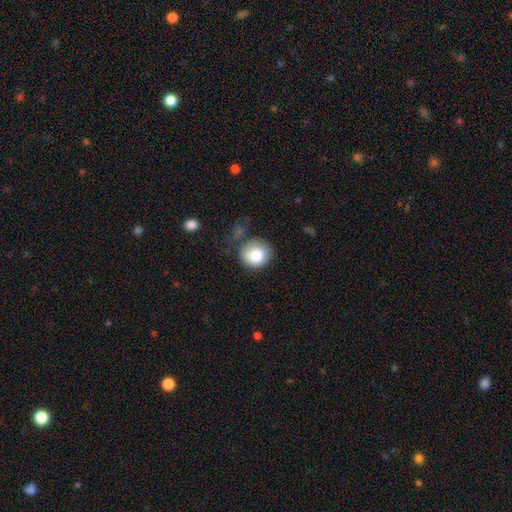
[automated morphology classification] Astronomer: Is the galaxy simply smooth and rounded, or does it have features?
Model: smooth — 81%.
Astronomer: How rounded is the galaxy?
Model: round — 86%.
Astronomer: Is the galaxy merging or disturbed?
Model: none — 66%.